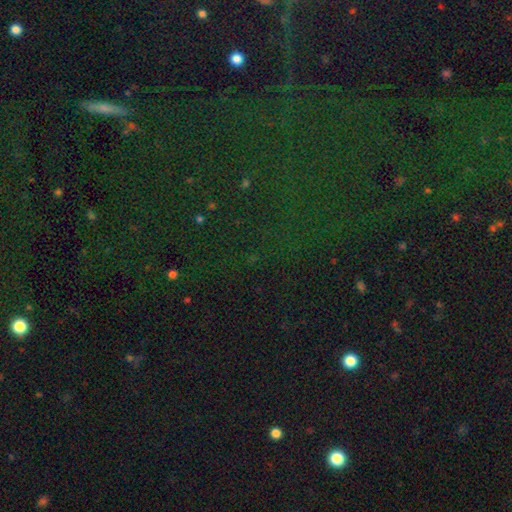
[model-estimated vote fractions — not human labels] star or artifact 80%, smooth 12%, featured or disk 8%.